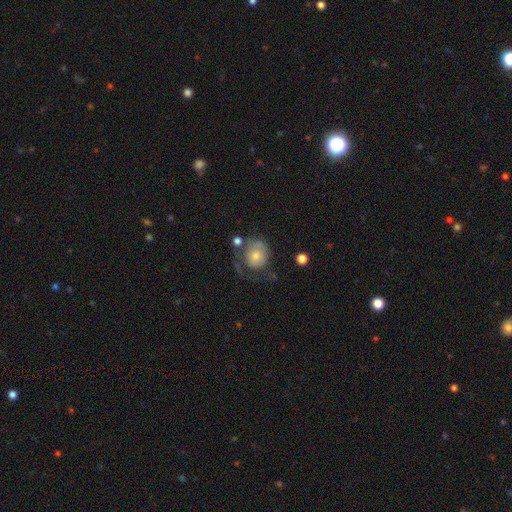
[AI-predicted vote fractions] Smooth or featured?
  - smooth: 48% *
  - featured or disk: 42%
  - star or artifact: 10%
Merging?
  - none: 38% *
  - major disturbance: 32%
  - minor disturbance: 23%
  - merger: 7%